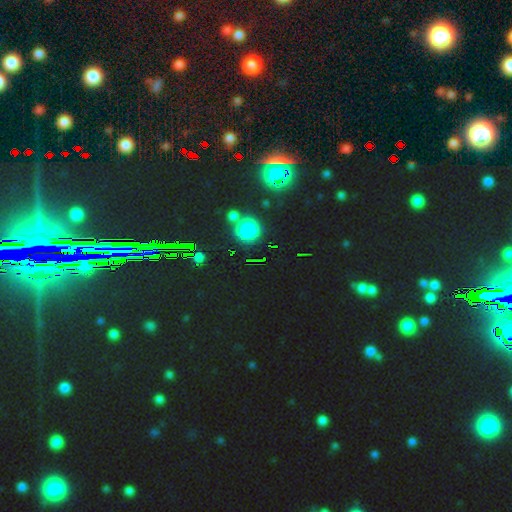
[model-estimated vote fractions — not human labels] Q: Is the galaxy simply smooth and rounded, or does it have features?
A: star or artifact — 80%.